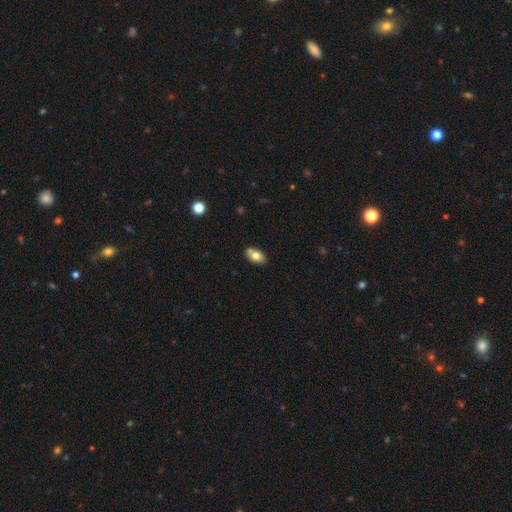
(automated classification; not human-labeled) smooth_or_featured: smooth (p=0.73) [alt: featured or disk p=0.18]
how_rounded: in between (p=0.86) [alt: round p=0.11]
merging: none (p=0.63) [alt: merger p=0.20]